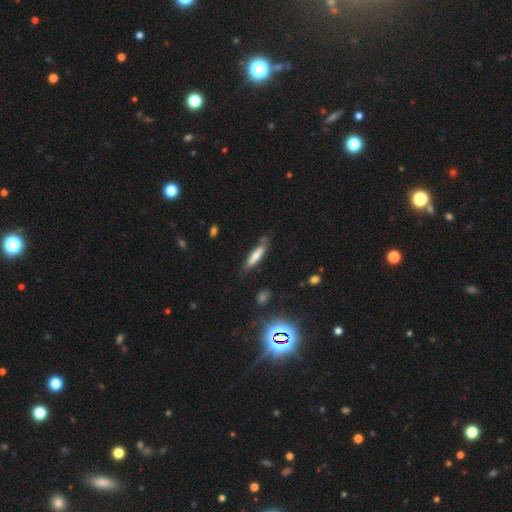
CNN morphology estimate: type=smooth (59%); roundness=cigar-shaped (77%); merging=none (73%).